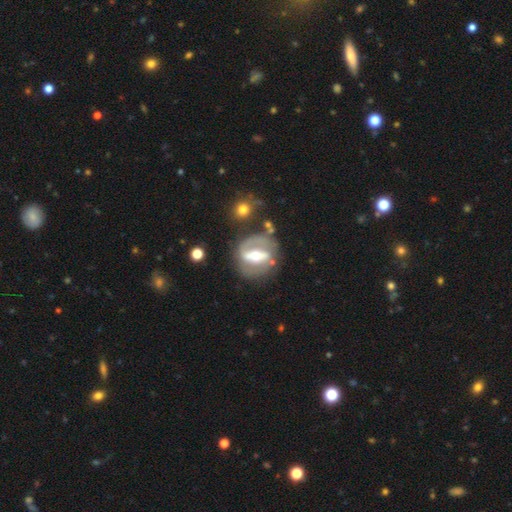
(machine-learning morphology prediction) Q: Smooth or featured?
A: featured or disk (75%); runner-up: smooth (19%)
Q: Edge-on disk?
A: no (88%); runner-up: yes (12%)
Q: Bar?
A: strong (68%); runner-up: weak (21%)
Q: Spiral arms?
A: yes (52%); runner-up: no (48%)
Q: Bulge size?
A: moderate (62%); runner-up: small (28%)
Q: Merging?
A: none (68%); runner-up: minor disturbance (16%)